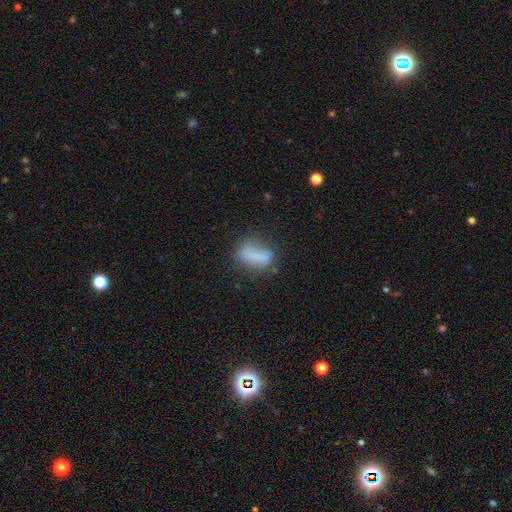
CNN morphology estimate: smooth_or_featured: smooth (p=0.69) [alt: featured or disk p=0.20]
how_rounded: in between (p=0.64) [alt: cigar-shaped p=0.27]
merging: none (p=0.50) [alt: minor disturbance p=0.25]